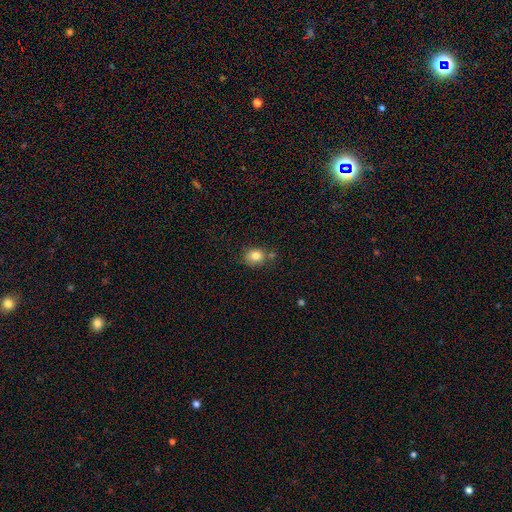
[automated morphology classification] Smooth or featured? Predicted: smooth (p=0.82). How rounded? Predicted: round (p=0.62). Merging? Predicted: none (p=0.67).